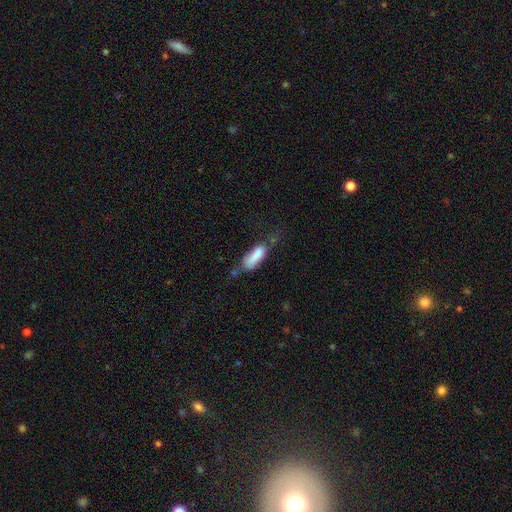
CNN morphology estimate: A smooth galaxy with no disk features (80%) that is in between round and cigar-shaped (62%).

Vote fractions:
- Smooth or featured? smooth: 80% / featured or disk: 12% / star or artifact: 8%
- How rounded? in between: 62% / cigar-shaped: 36% / round: 2%
- Merging? minor disturbance: 32% / none: 31% / major disturbance: 23% / merger: 14%